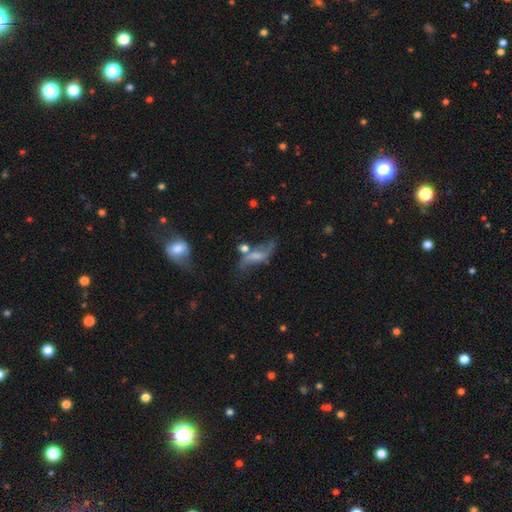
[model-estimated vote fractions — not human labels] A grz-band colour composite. It shows a featured or disk galaxy (74%) with no bar (45%), 2 (90%) loose (88%) spiral arms (89%) and a small central bulge (37%). Merging: none (48%).